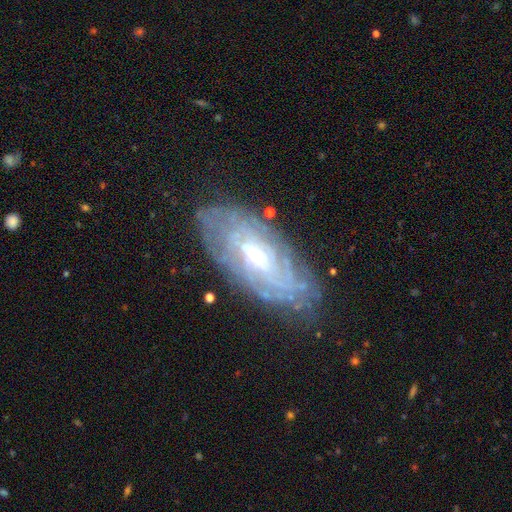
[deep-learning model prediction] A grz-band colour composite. It shows a featured or disk galaxy (81%) with no bar (44%), tight (79%) spiral arms (91%) and a small central bulge (57%). Merging: none (79%).